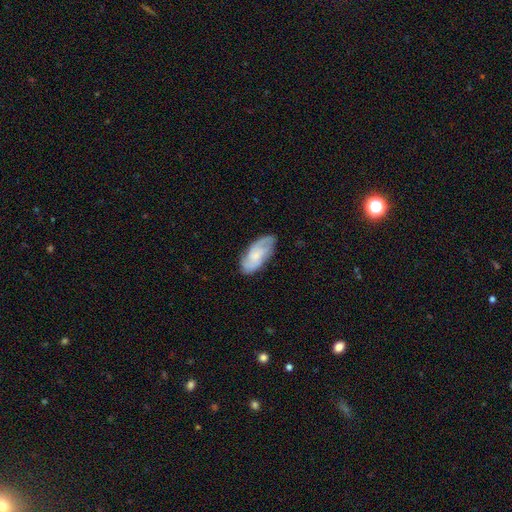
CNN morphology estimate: A featured or disk galaxy (63%) with no bar (58%), 2 (52%) medium (46%) spiral arms (93%) and a small central bulge (45%).

Vote fractions:
- Smooth or featured? featured or disk: 63% / smooth: 31% / star or artifact: 6%
- Edge-on disk? no: 94% / yes: 6%
- Bar? no: 58% / weak: 36% / strong: 6%
- Spiral arms? yes: 93% / no: 7%
- Spiral winding? medium: 46% / tight: 36% / loose: 18%
- Spiral arm count? 2: 52% / can't tell: 19% / 3: 19% / 4: 4% / 1: 3% / more than 4: 3%
- Bulge size? small: 45% / moderate: 26% / none: 23% / large: 4% / dominant: 1%
- Merging? none: 78% / minor disturbance: 17% / major disturbance: 4% / merger: 1%